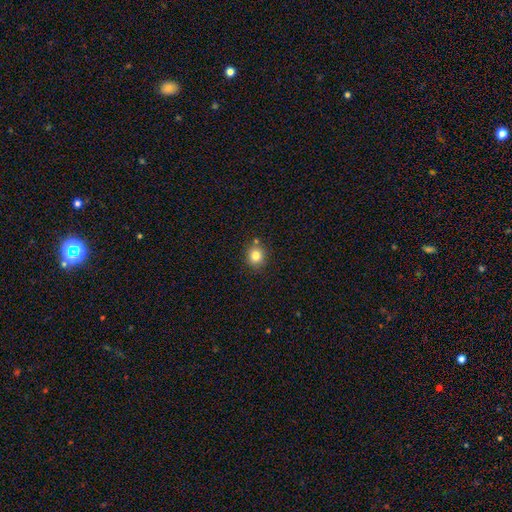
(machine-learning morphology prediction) A smooth galaxy with no disk features (82%) that is round (85%). Merging: none (82%).